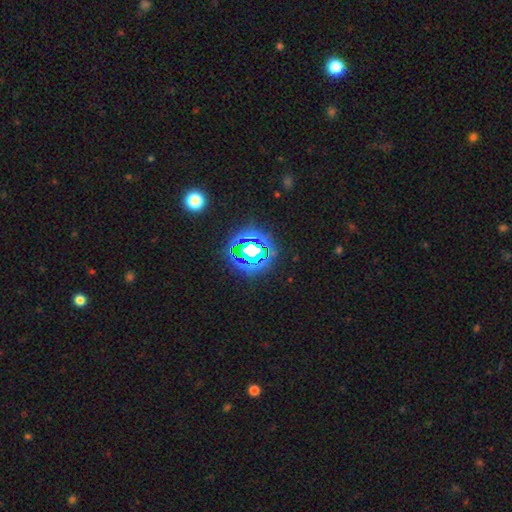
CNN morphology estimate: Q: Smooth or featured?
A: star or artifact (70%); runner-up: smooth (17%)